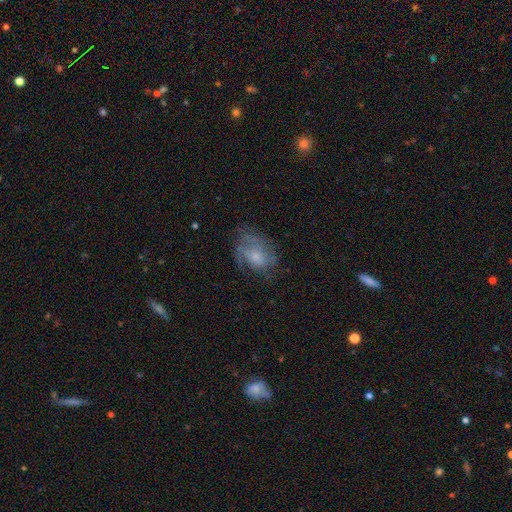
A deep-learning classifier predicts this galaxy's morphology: Smooth or featured: featured or disk — 55% (smooth — 36%)
Edge-on disk: no — 97% (yes — 3%)
Bar: no — 75% (weak — 22%)
Spiral arms: yes — 71% (no — 29%)
Bulge size: small — 55% (moderate — 28%)
Merging: none — 51% (minor disturbance — 24%)